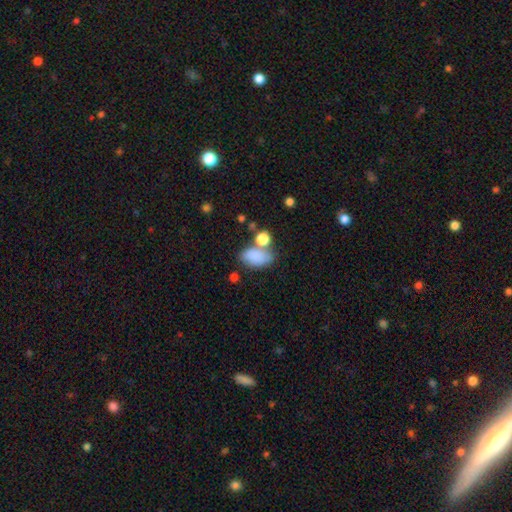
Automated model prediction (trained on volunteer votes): The model was most divided on "merging": none: 54%, merger: 21%, minor disturbance: 17%, major disturbance: 7%. More confident: how rounded — in between (89%); smooth or featured — smooth (82%).